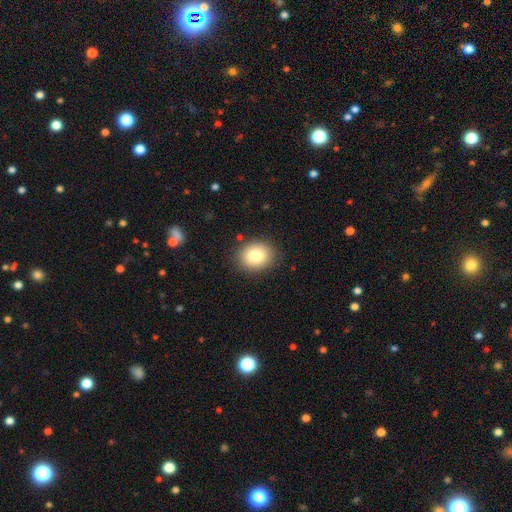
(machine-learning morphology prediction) Overall: smooth (80%). How rounded: round (66%; in between 33%). Merging: none (87%).